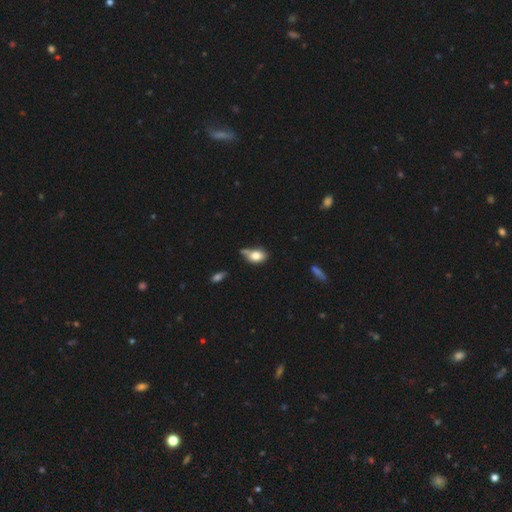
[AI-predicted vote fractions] A smooth galaxy with no disk features (78%) that is in between round and cigar-shaped (83%).

Vote fractions:
- Smooth or featured? smooth: 78% / featured or disk: 13% / star or artifact: 9%
- How rounded? in between: 83% / round: 14% / cigar-shaped: 3%
- Merging? none: 42% / minor disturbance: 29% / merger: 19% / major disturbance: 10%